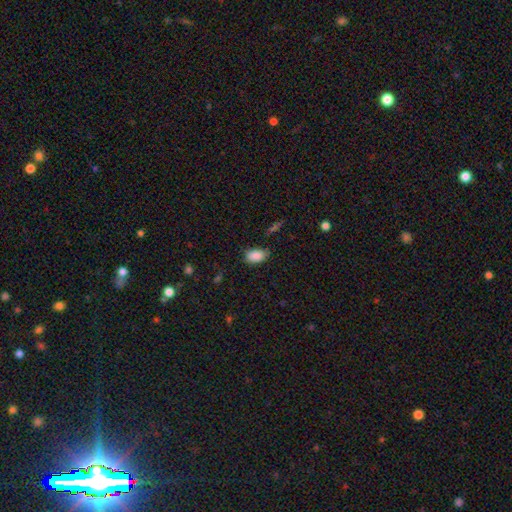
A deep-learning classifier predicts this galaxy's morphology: This is clearly a smooth galaxy (88%). How rounded: clearly in between (90%). Merging: likely none (76%).